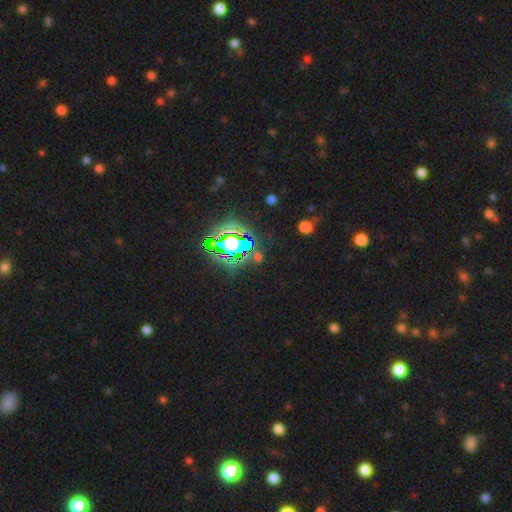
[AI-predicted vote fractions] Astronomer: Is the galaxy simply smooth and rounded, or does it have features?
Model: star or artifact — 78%.